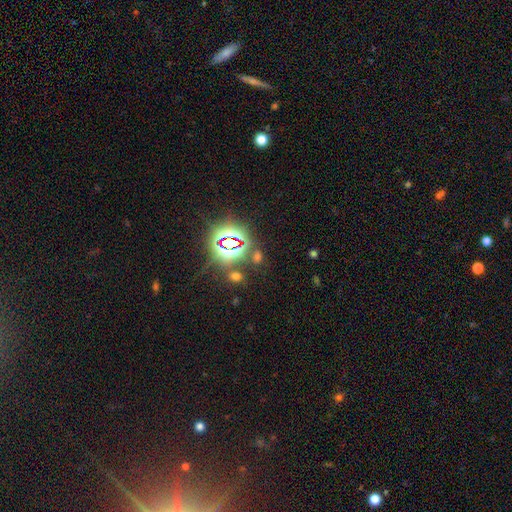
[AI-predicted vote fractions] Morphology: type=star or artifact (79%).